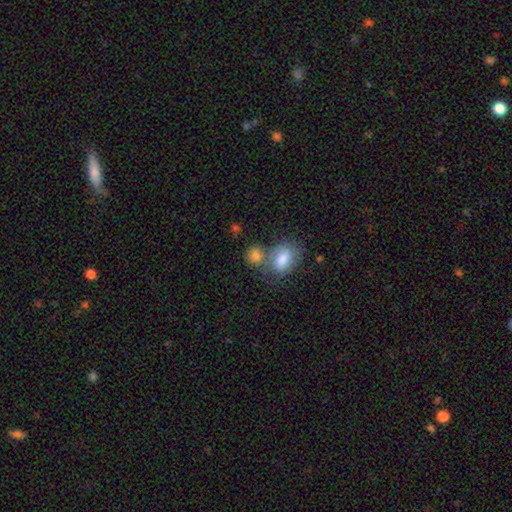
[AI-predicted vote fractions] smooth-or-featured: smooth: 80% | featured or disk: 11% | star or artifact: 9%
  how-rounded: round: 56% | in between: 42% | cigar-shaped: 2%
  merging: none: 43% | merger: 40% | minor disturbance: 11% | major disturbance: 5%